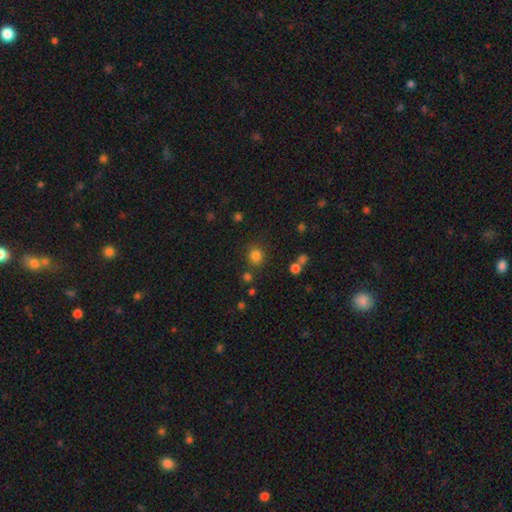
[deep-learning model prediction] smooth 80%, star or artifact 15%, featured or disk 5%. Down the decision tree: how rounded — round (86%); merging — none (80%).